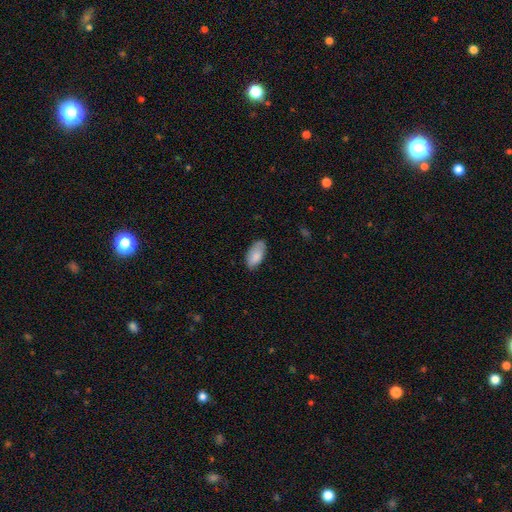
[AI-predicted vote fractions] Morphology: type=smooth (83%); roundness=in between (92%); merging=none (71%).